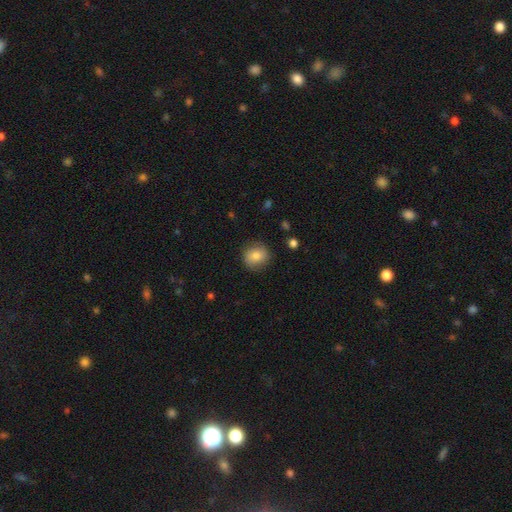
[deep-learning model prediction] smooth 82%, featured or disk 10%, star or artifact 8%. Down the decision tree: how rounded — round (84%); merging — none (84%).